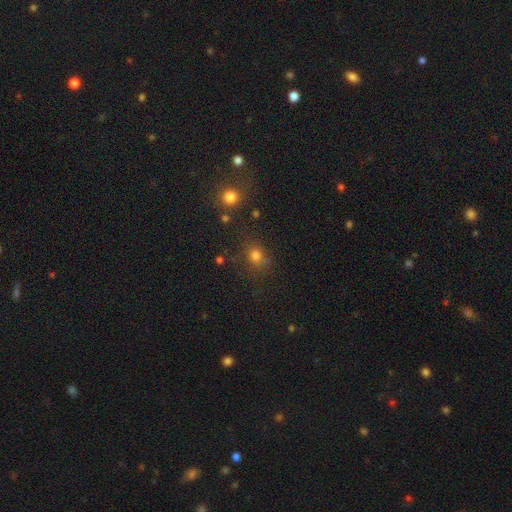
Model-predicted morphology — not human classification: A smooth galaxy with no disk features (76%) that is round (75%).

Vote fractions:
- Smooth or featured? smooth: 76% / star or artifact: 18% / featured or disk: 6%
- How rounded? round: 75% / in between: 24% / cigar-shaped: 1%
- Merging? none: 74% / minor disturbance: 14% / merger: 6% / major disturbance: 6%